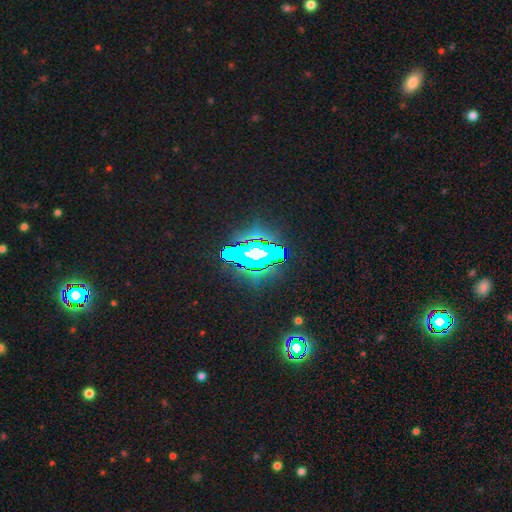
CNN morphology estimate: A star or artifact, not a galaxy (65%).

Vote fractions:
- Smooth or featured? star or artifact: 65% / featured or disk: 20% / smooth: 15%